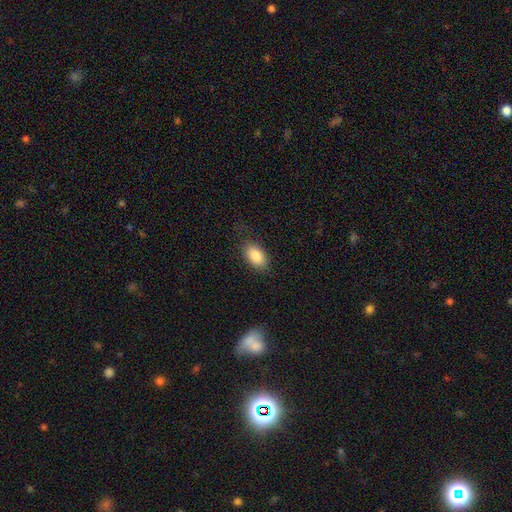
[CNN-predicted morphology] Smooth or featured: smooth — 86% (featured or disk — 7%)
How rounded: in between — 92% (round — 6%)
Merging: none — 81% (minor disturbance — 14%)